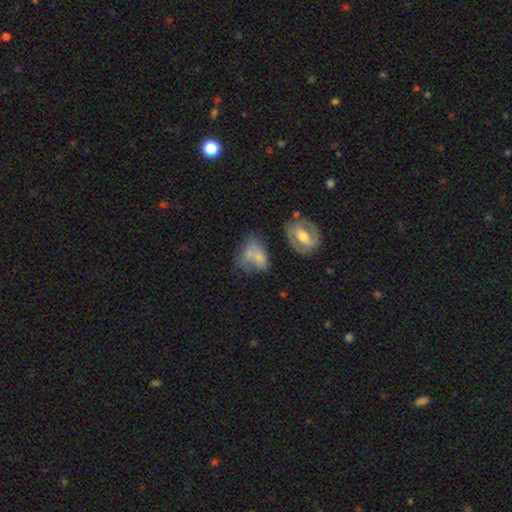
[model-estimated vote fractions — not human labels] Overall: smooth (54%; featured or disk 35%). How rounded: in between (74%). Merging: merger (34%; none 29%).